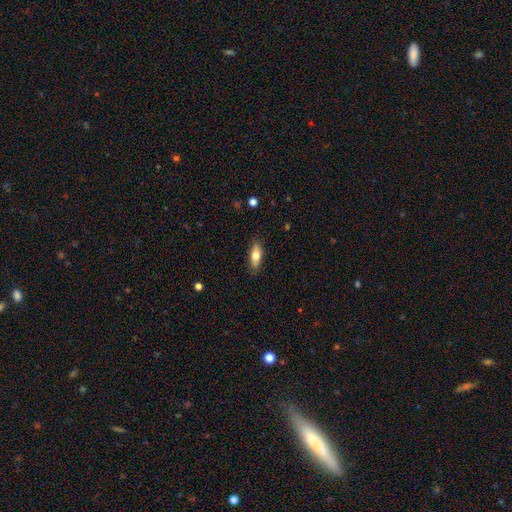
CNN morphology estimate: A smooth galaxy with no disk features (70%) that is in between round and cigar-shaped (68%).

Vote fractions:
- Smooth or featured? smooth: 70% / featured or disk: 23% / star or artifact: 7%
- How rounded? in between: 68% / cigar-shaped: 29% / round: 3%
- Merging? none: 86% / minor disturbance: 11% / major disturbance: 2% / merger: 1%